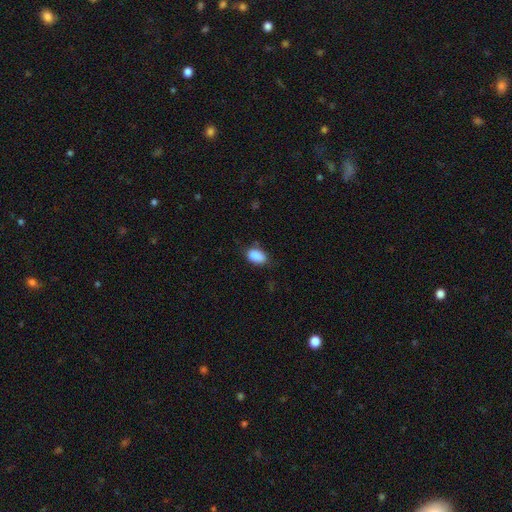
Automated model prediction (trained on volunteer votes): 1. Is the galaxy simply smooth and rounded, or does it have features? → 88% smooth, 8% star or artifact, 4% featured or disk.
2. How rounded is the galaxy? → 89% in between, 10% round, 2% cigar-shaped.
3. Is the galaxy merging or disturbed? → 67% none, 26% minor disturbance, 5% major disturbance, 2% merger.